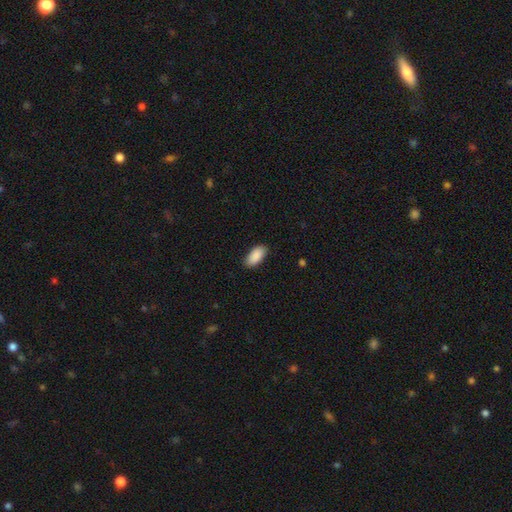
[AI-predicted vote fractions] The model was most divided on "merging": none: 85%, minor disturbance: 12%, major disturbance: 2%, merger: 1%. More confident: how rounded — in between (93%); smooth or featured — smooth (90%).